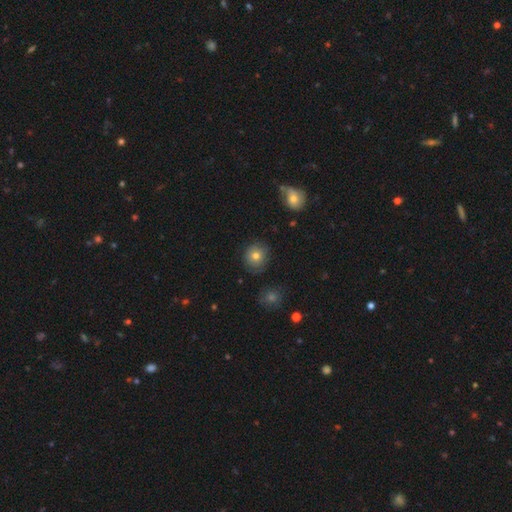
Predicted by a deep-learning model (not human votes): Smooth or featured: smooth — 76% (featured or disk — 13%)
How rounded: round — 87% (in between — 12%)
Merging: none — 84% (minor disturbance — 11%)